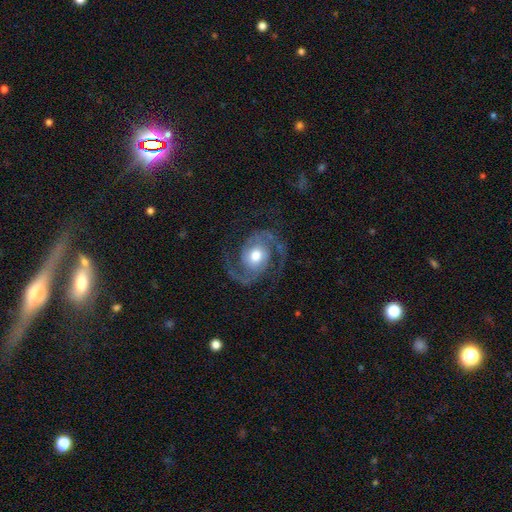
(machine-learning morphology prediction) featured or disk 92%, star or artifact 4%, smooth 4%. Down the decision tree: edge-on disk — no (98%); bar — no (67%); spiral arms — yes (98%); spiral arm count — 2 (94%); spiral winding — medium (59%); bulge size — moderate (67%); merging — none (78%).